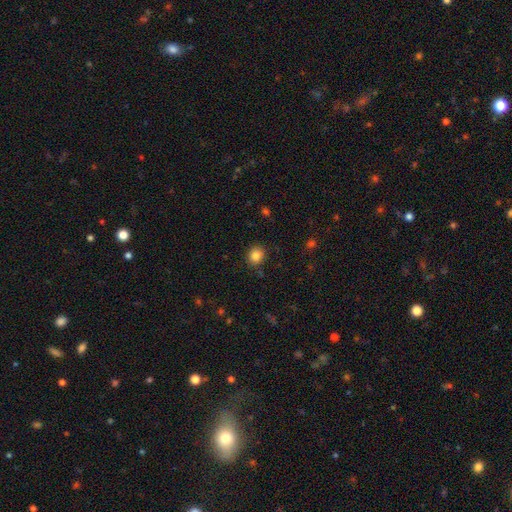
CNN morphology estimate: Q: Smooth or featured?
A: smooth (84%); runner-up: star or artifact (11%)
Q: How rounded?
A: round (81%); runner-up: in between (18%)
Q: Merging?
A: none (88%); runner-up: minor disturbance (8%)